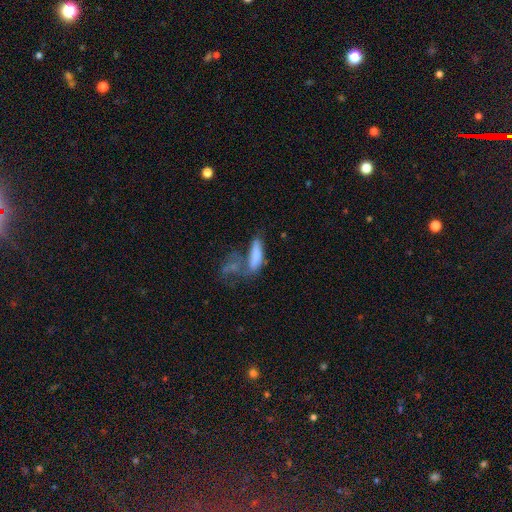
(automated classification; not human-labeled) smooth 73%, featured or disk 18%, star or artifact 10%. Down the decision tree: how rounded — cigar-shaped (49%); merging — merger (37%).